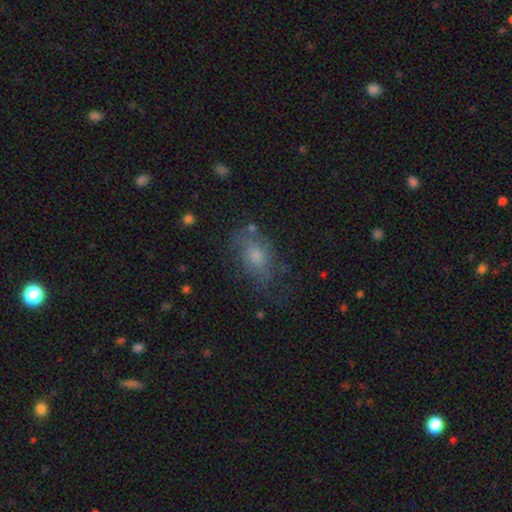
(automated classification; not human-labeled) Q: Smooth or featured?
A: smooth (60%); runner-up: featured or disk (24%)
Q: How rounded?
A: in between (79%); runner-up: round (17%)
Q: Merging?
A: none (60%); runner-up: minor disturbance (24%)